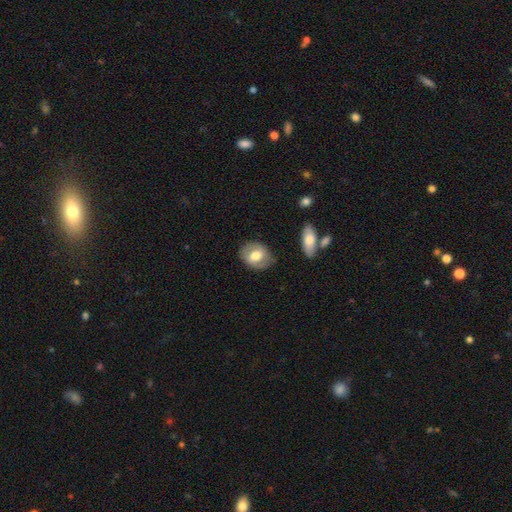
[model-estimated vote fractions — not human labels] smooth-or-featured: smooth: 60% | featured or disk: 34% | star or artifact: 6%
  how-rounded: in between: 62% | round: 37% | cigar-shaped: 1%
  merging: none: 80% | minor disturbance: 14% | major disturbance: 4% | merger: 2%